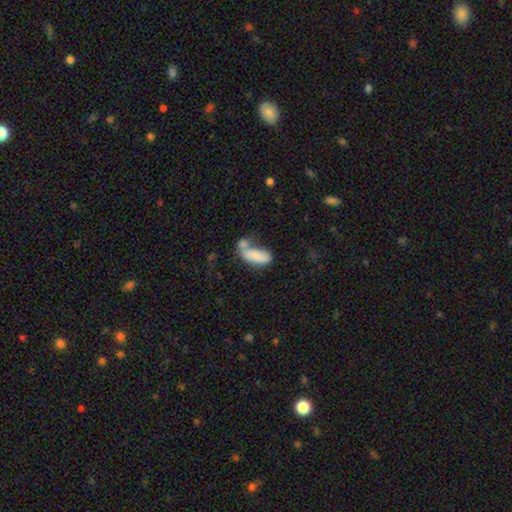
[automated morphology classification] The model was most divided on "merging": merger: 48%, none: 25%, minor disturbance: 16%, major disturbance: 11%. More confident: how rounded — in between (80%); smooth or featured — smooth (77%).